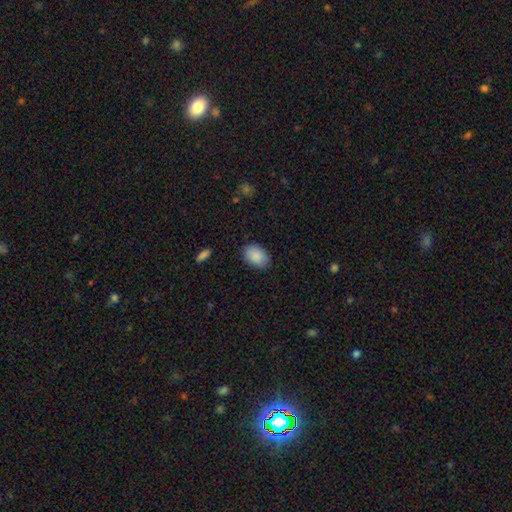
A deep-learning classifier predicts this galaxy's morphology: This is clearly a smooth galaxy (88%). How rounded: clearly in between (82%). Merging: clearly none (84%).